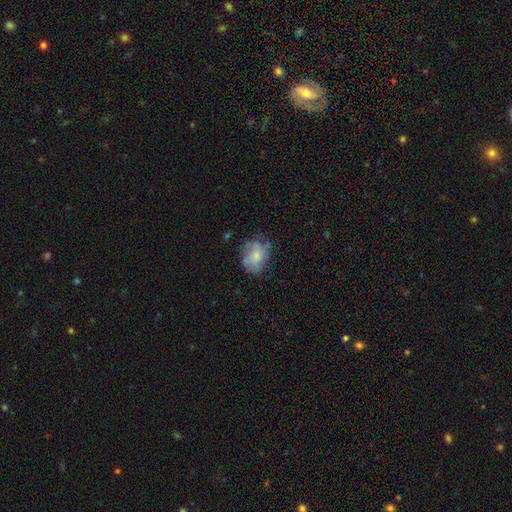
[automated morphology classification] type=smooth (61%); roundness=in between (53%); merging=none (52%).